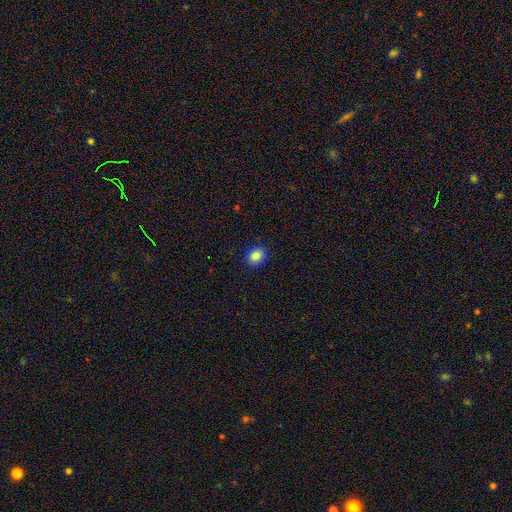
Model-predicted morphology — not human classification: This appears to be a smooth galaxy with no disk features (87%) that is in between round and cigar-shaped (54%). Merging: none (88%).